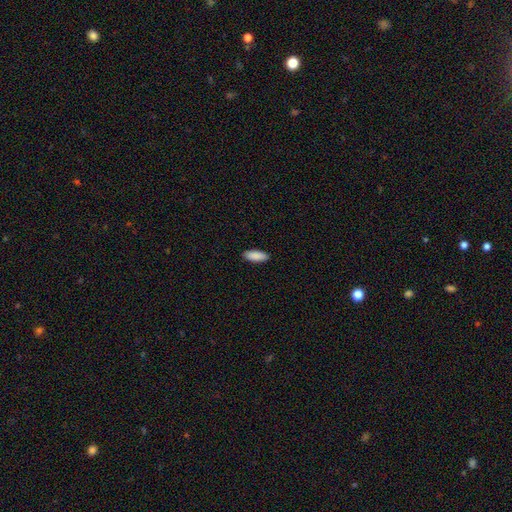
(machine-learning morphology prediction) Smooth or featured?
  - smooth: 91% *
  - star or artifact: 6%
  - featured or disk: 4%
How rounded?
  - in between: 76% *
  - cigar-shaped: 22%
  - round: 2%
Merging?
  - none: 90% *
  - minor disturbance: 7%
  - major disturbance: 2%
  - merger: 1%